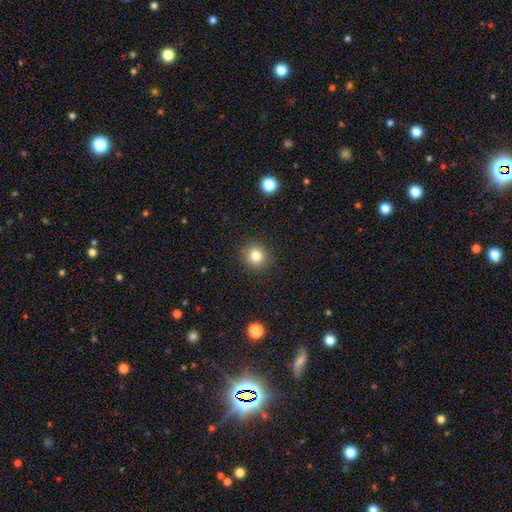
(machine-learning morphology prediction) Smooth or featured? smooth (82%)
How rounded? round (93%)
Merging? none (91%)